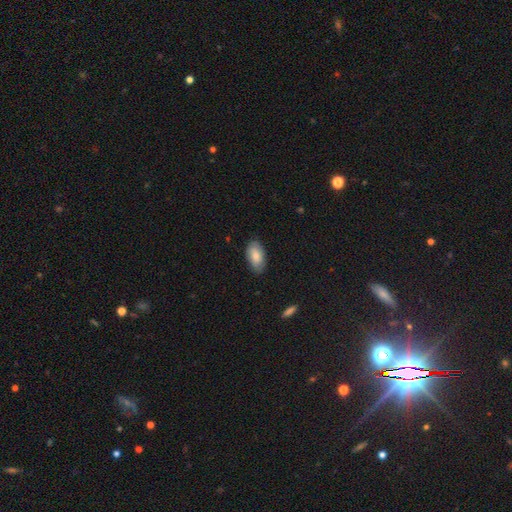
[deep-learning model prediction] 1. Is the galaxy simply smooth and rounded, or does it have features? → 81% smooth, 13% featured or disk, 6% star or artifact.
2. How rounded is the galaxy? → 94% in between, 3% cigar-shaped, 3% round.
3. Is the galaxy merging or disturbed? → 80% none, 16% minor disturbance, 3% major disturbance, 1% merger.